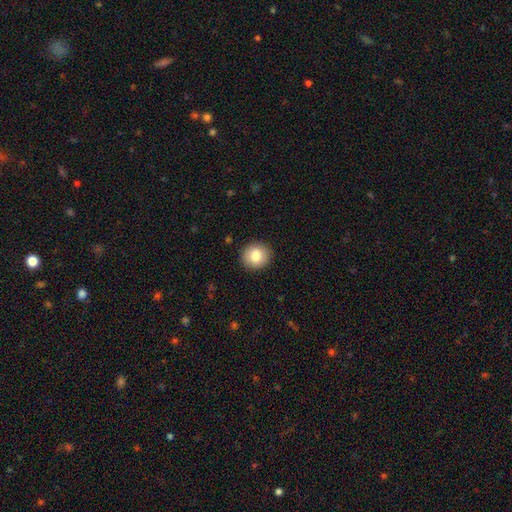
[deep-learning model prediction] smooth-or-featured: smooth: 83% | featured or disk: 9% | star or artifact: 8%
  how-rounded: round: 82% | in between: 17% | cigar-shaped: 1%
  merging: none: 91% | minor disturbance: 7% | major disturbance: 2% | merger: 1%